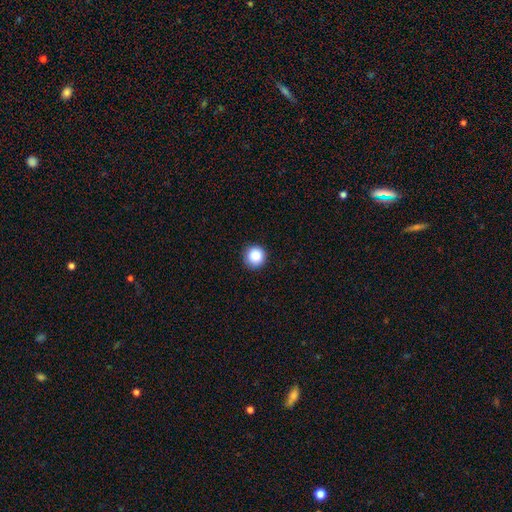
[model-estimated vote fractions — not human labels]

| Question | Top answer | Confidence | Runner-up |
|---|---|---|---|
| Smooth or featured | smooth | 86% | star or artifact (10%) |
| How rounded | round | 95% | in between (4%) |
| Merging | none | 91% | minor disturbance (6%) |